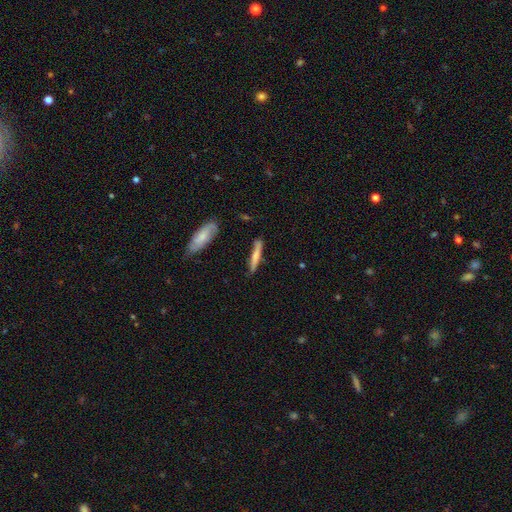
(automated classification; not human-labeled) This appears to be a smooth galaxy with no disk features (62%) that is cigar-shaped (92%). Merging: none (79%).